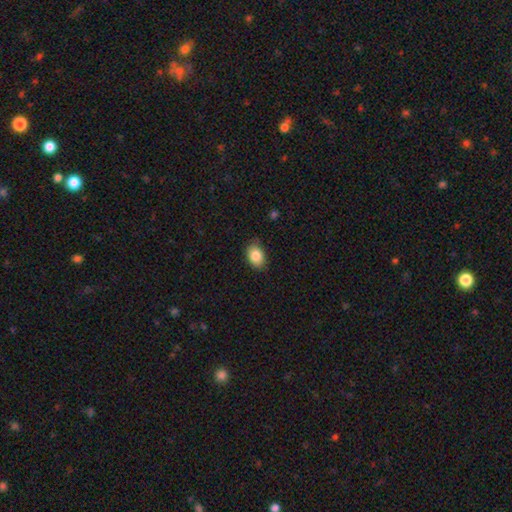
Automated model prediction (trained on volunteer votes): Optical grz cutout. It shows a smooth galaxy with no disk features (85%) that is in between round and cigar-shaped (80%). Merging: none (81%).